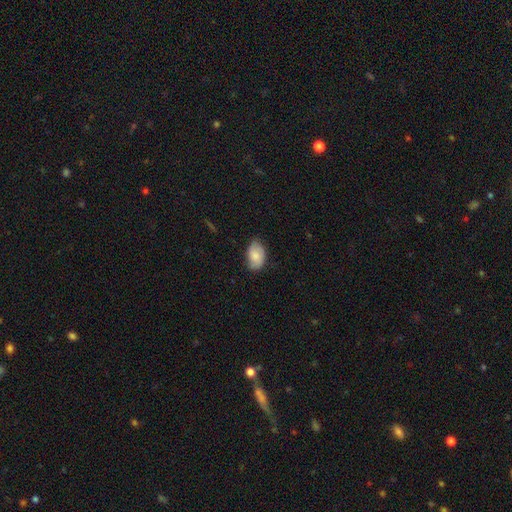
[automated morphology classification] This appears to be a smooth galaxy with no disk features (76%) that is in between round and cigar-shaped (90%). Merging: none (69%).